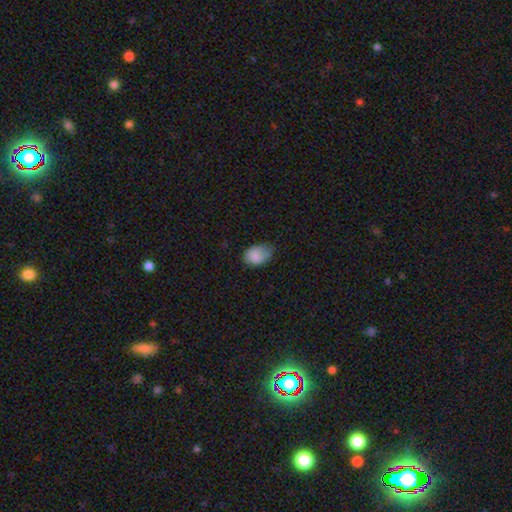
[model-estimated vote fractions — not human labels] Smooth or featured?
  - smooth: 83% *
  - featured or disk: 9%
  - star or artifact: 8%
How rounded?
  - in between: 83% *
  - round: 15%
  - cigar-shaped: 1%
Merging?
  - none: 45% *
  - minor disturbance: 42%
  - major disturbance: 11%
  - merger: 2%